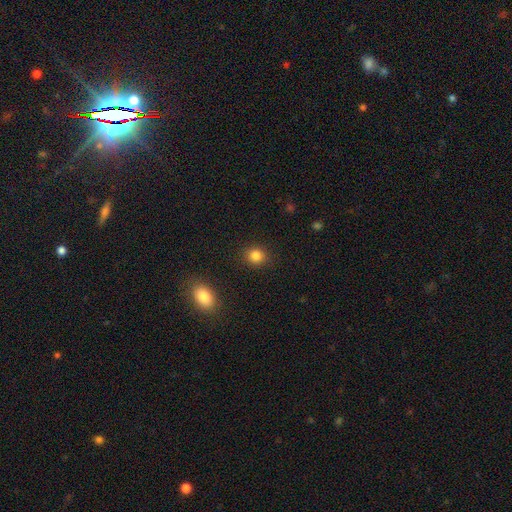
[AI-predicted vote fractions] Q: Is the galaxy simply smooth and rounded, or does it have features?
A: smooth — 84%.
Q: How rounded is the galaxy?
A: round — 82%.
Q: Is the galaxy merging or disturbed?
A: none — 90%.